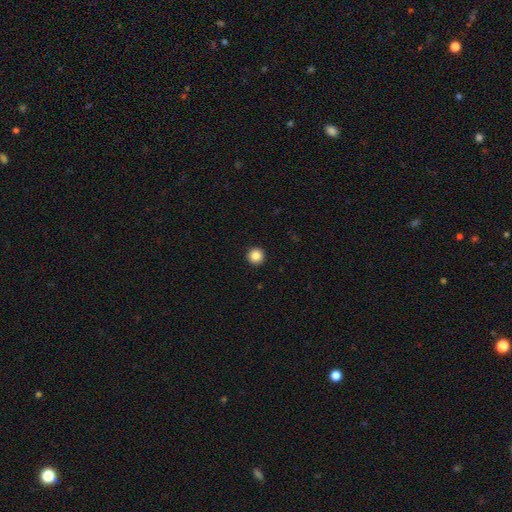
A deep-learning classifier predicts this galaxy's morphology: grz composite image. It shows a smooth galaxy with no disk features (86%) that is round (96%). Merging: none (94%).